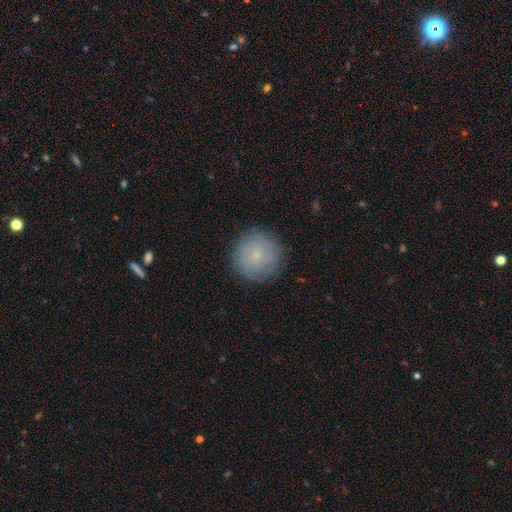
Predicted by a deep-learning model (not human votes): Morphology: type=smooth (65%); roundness=round (94%); merging=none (86%).